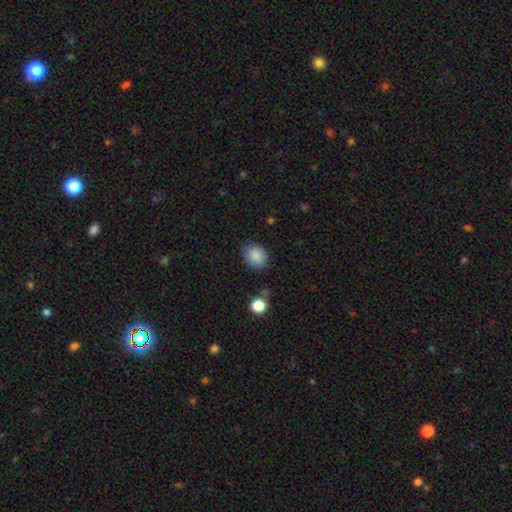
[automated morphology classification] type=smooth (87%); roundness=round (55%); merging=none (77%).